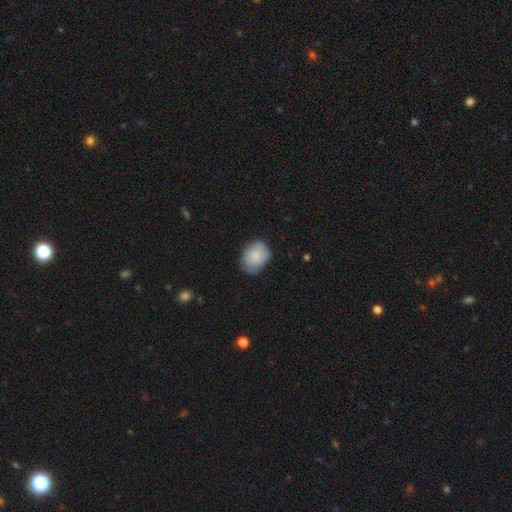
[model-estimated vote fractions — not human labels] This appears to be a smooth galaxy with no disk features (83%) that is in between round and cigar-shaped (66%). Merging: none (67%).